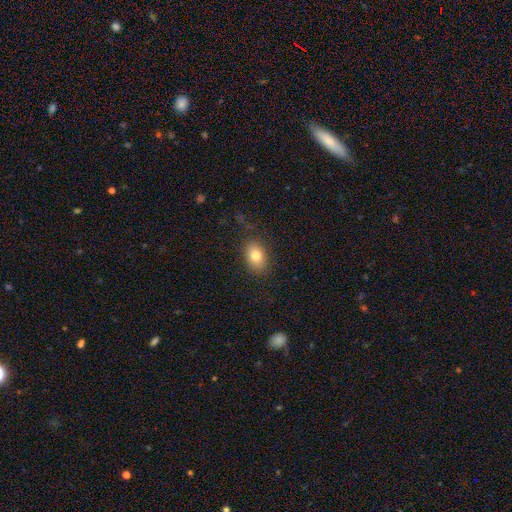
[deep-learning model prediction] Morphology: type=smooth (81%); roundness=in between (76%); merging=none (82%).